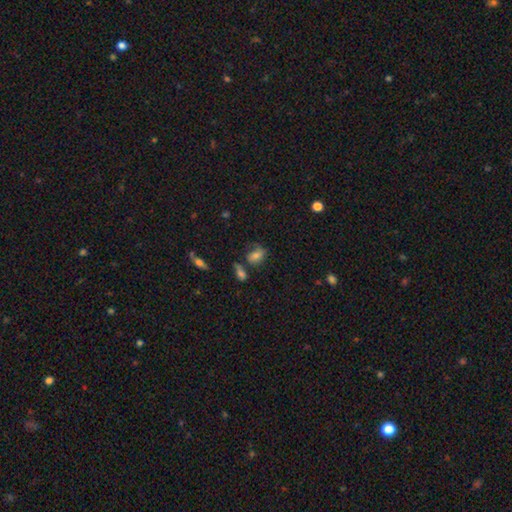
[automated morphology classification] smooth_or_featured: smooth (p=0.60) [alt: featured or disk p=0.26]
how_rounded: in between (p=0.73) [alt: round p=0.24]
merging: none (p=0.50) [alt: minor disturbance p=0.23]